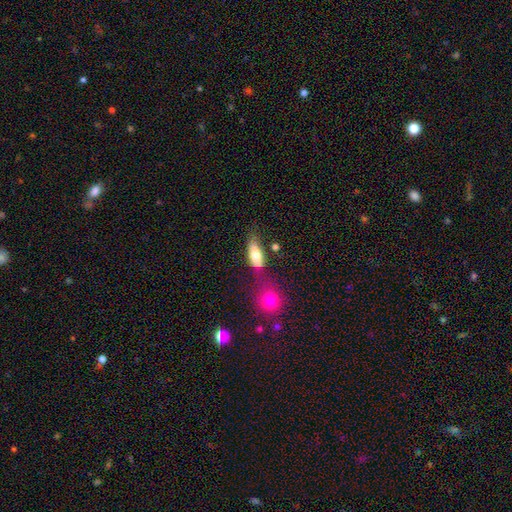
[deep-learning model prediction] This appears to be a smooth galaxy with no disk features (74%) that is in between round and cigar-shaped (81%). Merging: none (51%).